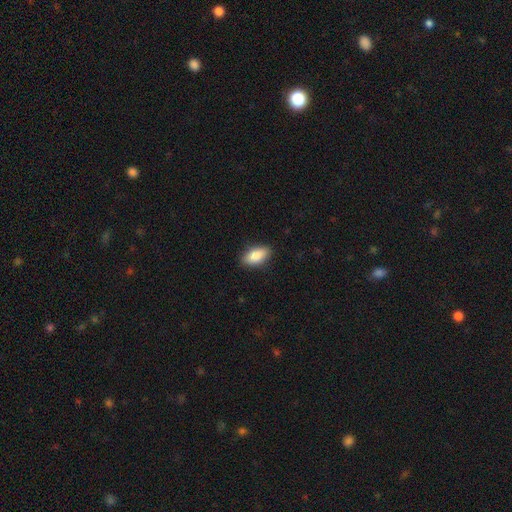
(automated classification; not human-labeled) Smooth or featured? smooth (87%)
How rounded? in between (91%)
Merging? none (87%)